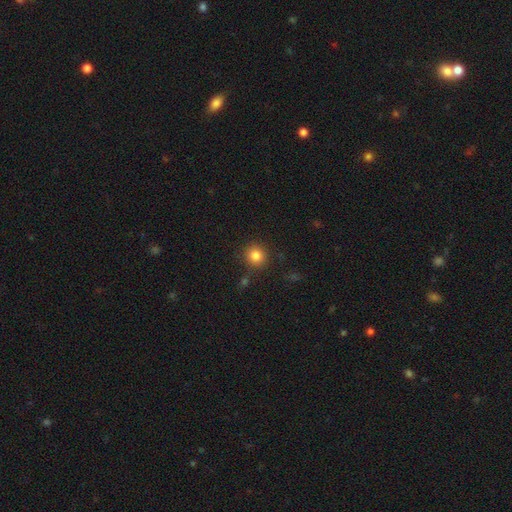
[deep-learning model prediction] Overall: smooth (83%). How rounded: round (92%). Merging: none (86%).